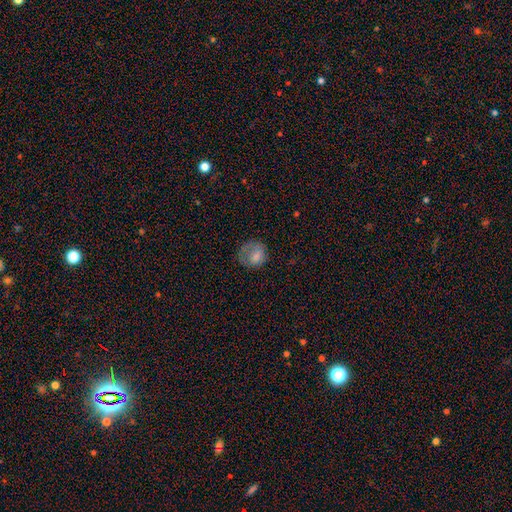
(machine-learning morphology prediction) smooth_or_featured: smooth (p=0.72) [alt: featured or disk p=0.19]
how_rounded: round (p=0.68) [alt: in between p=0.31]
merging: none (p=0.50) [alt: minor disturbance p=0.26]